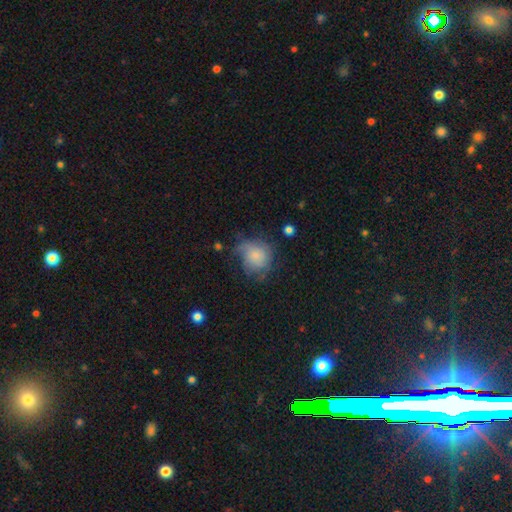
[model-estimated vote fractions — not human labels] Overall: smooth (64%; featured or disk 27%). How rounded: round (72%). Merging: none (39%; minor disturbance 33%).